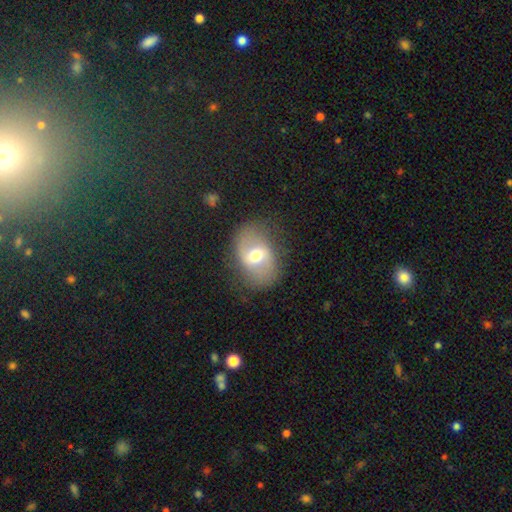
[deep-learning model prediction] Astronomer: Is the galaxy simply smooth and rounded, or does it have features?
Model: featured or disk — 55% (runner-up: smooth, 37%).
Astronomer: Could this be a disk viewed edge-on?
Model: no — 94%.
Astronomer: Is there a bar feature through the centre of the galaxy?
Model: weak — 49% (runner-up: strong, 27%).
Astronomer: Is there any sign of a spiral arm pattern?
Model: yes — 62% (runner-up: no, 38%).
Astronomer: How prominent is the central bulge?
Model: moderate — 70%.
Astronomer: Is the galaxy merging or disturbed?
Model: none — 74%.